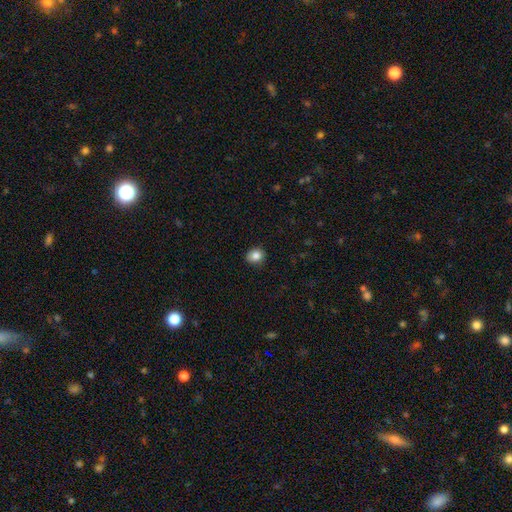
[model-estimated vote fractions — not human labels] smooth_or_featured: smooth (p=0.84) [alt: star or artifact p=0.10]
how_rounded: round (p=0.71) [alt: in between p=0.28]
merging: none (p=0.87) [alt: minor disturbance p=0.10]